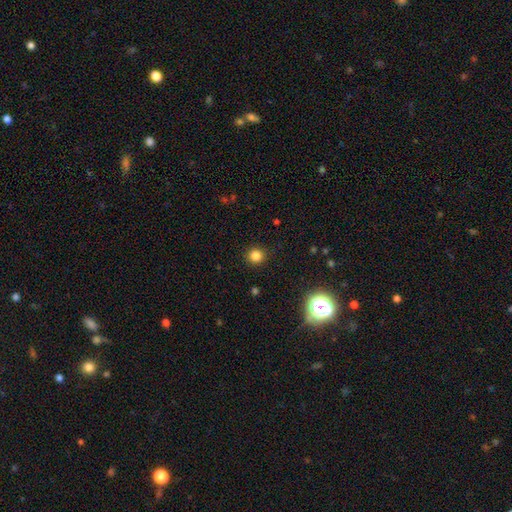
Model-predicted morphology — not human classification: Smooth or featured? Predicted: smooth (p=0.82). How rounded? Predicted: round (p=0.92). Merging? Predicted: none (p=0.91).